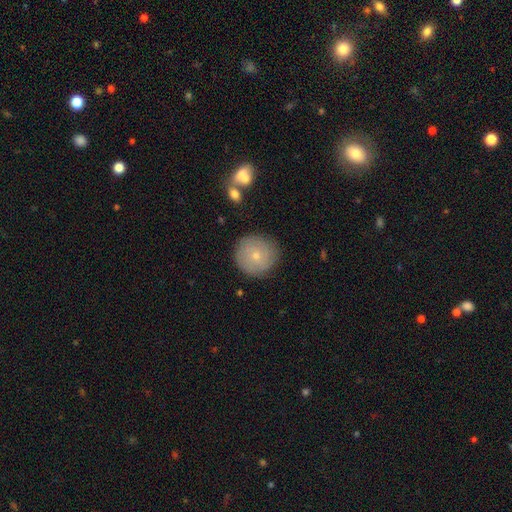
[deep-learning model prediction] A smooth galaxy with no disk features (53%) that is round (94%). Merging: none (84%).